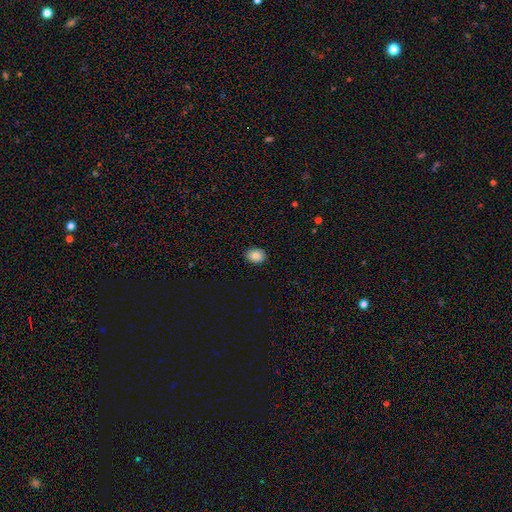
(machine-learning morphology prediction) Smooth or featured? smooth (86%)
How rounded? in between (51%)
Merging? none (88%)